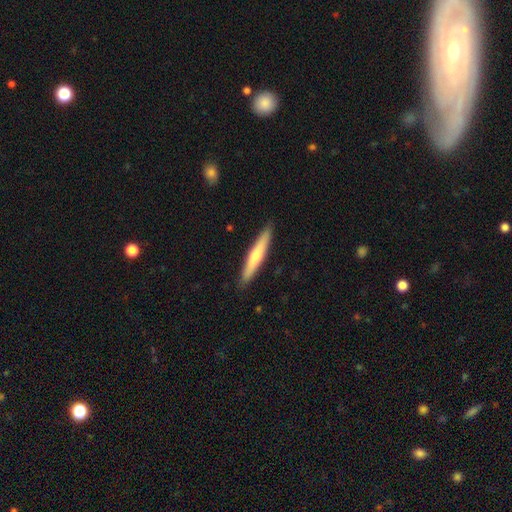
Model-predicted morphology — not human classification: Q: Smooth or featured?
A: smooth (54%); runner-up: featured or disk (41%)
Q: How rounded?
A: cigar-shaped (93%); runner-up: in between (6%)
Q: Merging?
A: none (91%); runner-up: minor disturbance (7%)